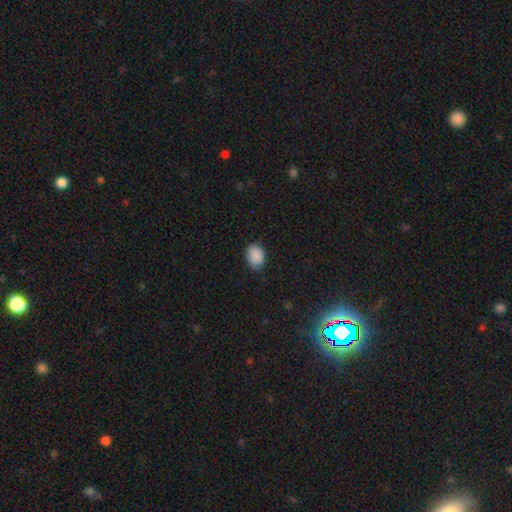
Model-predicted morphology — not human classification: The model was most divided on "how rounded": in between: 76%, round: 23%, cigar-shaped: 1%. More confident: smooth or featured — smooth (90%); merging — none (84%).